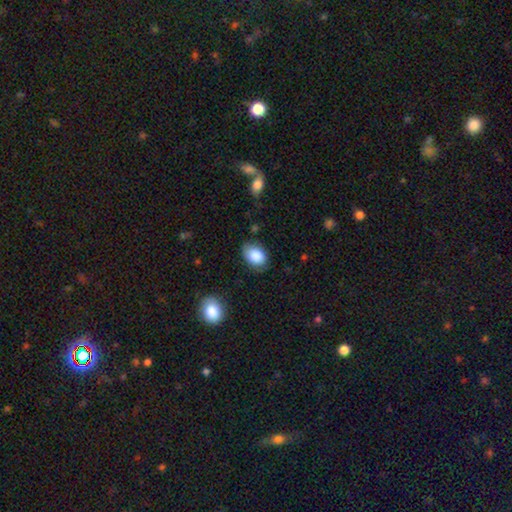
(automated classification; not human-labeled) smooth 87%, star or artifact 7%, featured or disk 6%. Down the decision tree: how rounded — in between (80%); merging — none (73%).